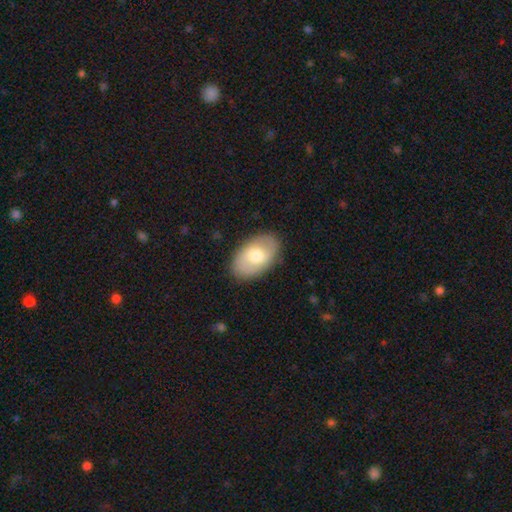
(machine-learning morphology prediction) Q: Smooth or featured?
A: smooth (64%); runner-up: featured or disk (30%)
Q: How rounded?
A: in between (92%); runner-up: round (7%)
Q: Merging?
A: none (86%); runner-up: minor disturbance (10%)